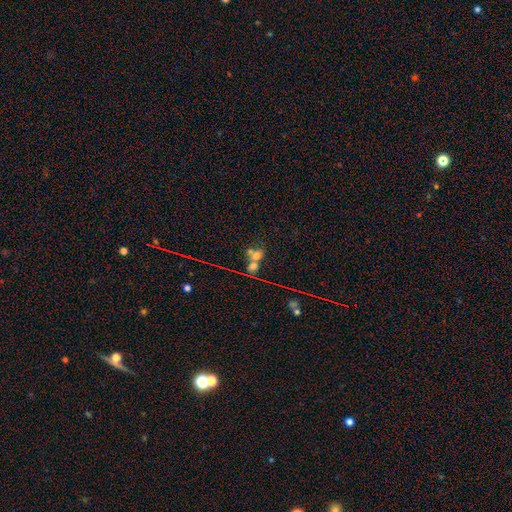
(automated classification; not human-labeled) Smooth or featured?
  - smooth: 58% *
  - featured or disk: 22%
  - star or artifact: 20%
How rounded?
  - round: 58% *
  - in between: 40%
  - cigar-shaped: 3%
Merging?
  - merger: 65% *
  - none: 24%
  - minor disturbance: 6%
  - major disturbance: 5%